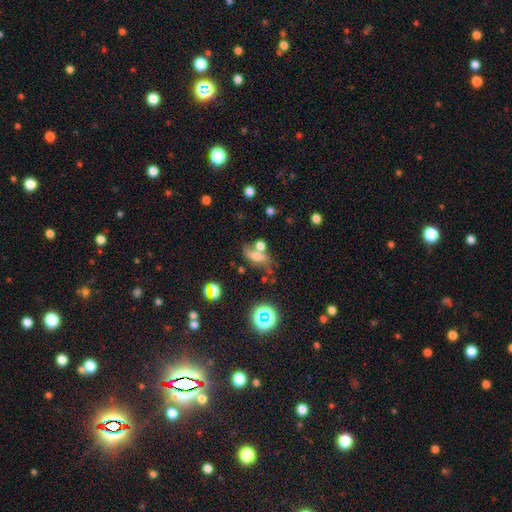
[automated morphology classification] A smooth galaxy with no disk features (44%).

Vote fractions:
- Smooth or featured? smooth: 44% / featured or disk: 37% / star or artifact: 19%
- Merging? none: 41% / merger: 31% / minor disturbance: 18% / major disturbance: 11%